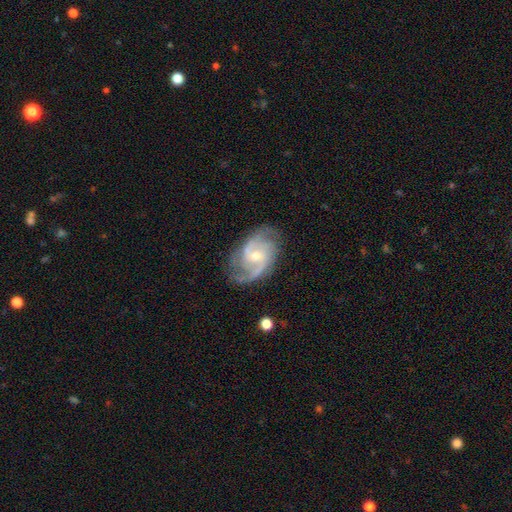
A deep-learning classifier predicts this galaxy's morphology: Overall: featured or disk (87%). Edge-on disk: no (97%). Bar: no (46%; weak 45%). Spiral arms: yes (97%). Spiral arm count: 2 (62%). Spiral winding: medium (53%; tight 26%). Bulge size: small (51%; moderate 45%). Merging: none (73%).